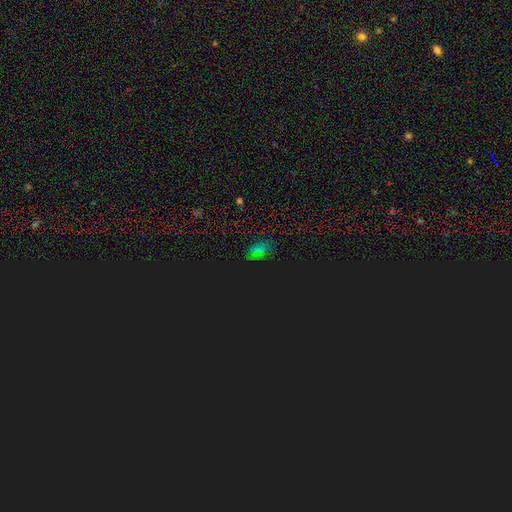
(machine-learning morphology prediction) Smooth or featured?
  - star or artifact: 60% *
  - smooth: 29%
  - featured or disk: 11%